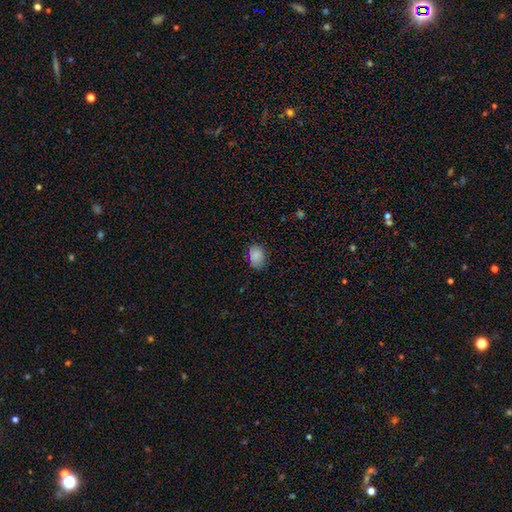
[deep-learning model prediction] Morphology: type=smooth (85%); roundness=in between (63%); merging=none (80%).